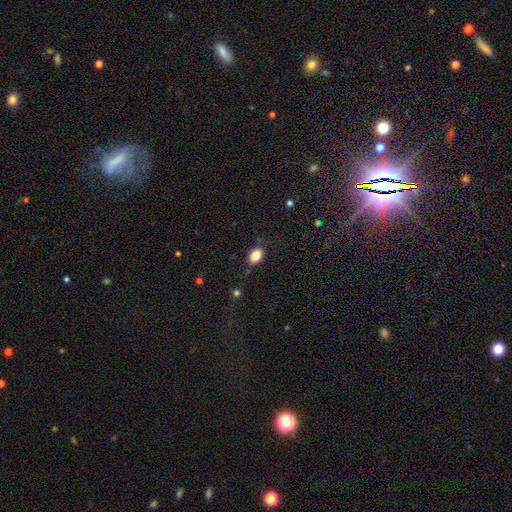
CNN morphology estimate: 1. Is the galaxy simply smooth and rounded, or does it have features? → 84% smooth, 9% star or artifact, 6% featured or disk.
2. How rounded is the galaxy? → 76% in between, 23% round, 1% cigar-shaped.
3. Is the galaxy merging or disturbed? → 81% none, 14% minor disturbance, 4% major disturbance, 2% merger.